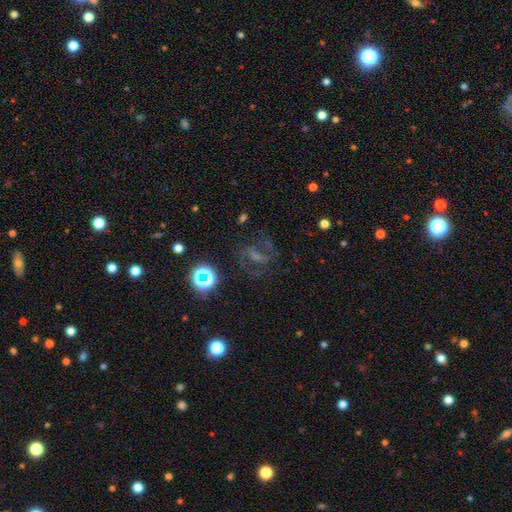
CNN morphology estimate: smooth-or-featured: featured or disk: 51% | star or artifact: 29% | smooth: 20%
  disk-edge-on: no: 94% | yes: 6%
  merging: none: 67% | minor disturbance: 15% | major disturbance: 15% | merger: 3%